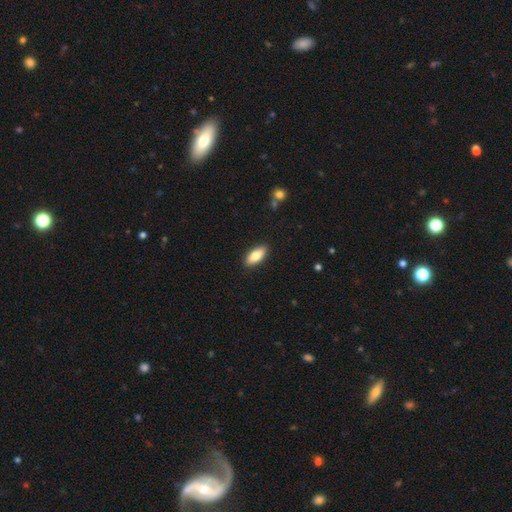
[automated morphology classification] Q: Smooth or featured?
A: smooth (77%); runner-up: featured or disk (17%)
Q: How rounded?
A: in between (80%); runner-up: cigar-shaped (17%)
Q: Merging?
A: none (89%); runner-up: minor disturbance (8%)